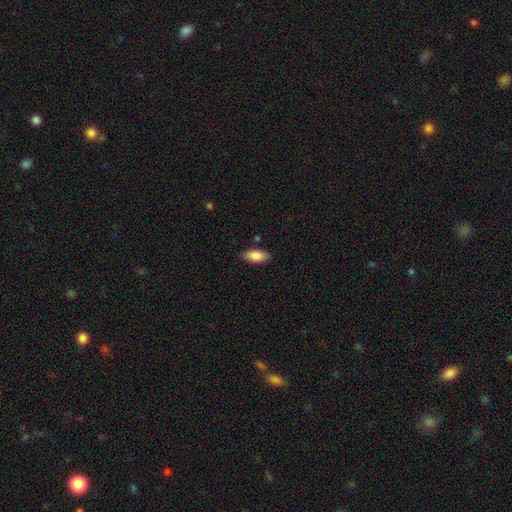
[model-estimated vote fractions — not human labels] This appears to be a smooth galaxy with no disk features (87%) that is in between round and cigar-shaped (89%). Merging: none (84%).